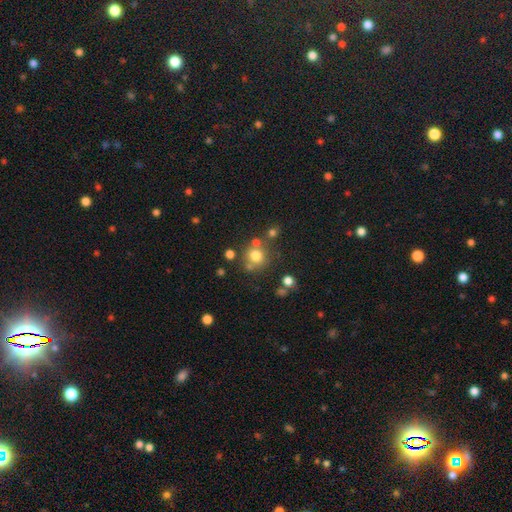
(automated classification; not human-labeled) Morphology: type=smooth (73%); roundness=round (87%); merging=none (64%).